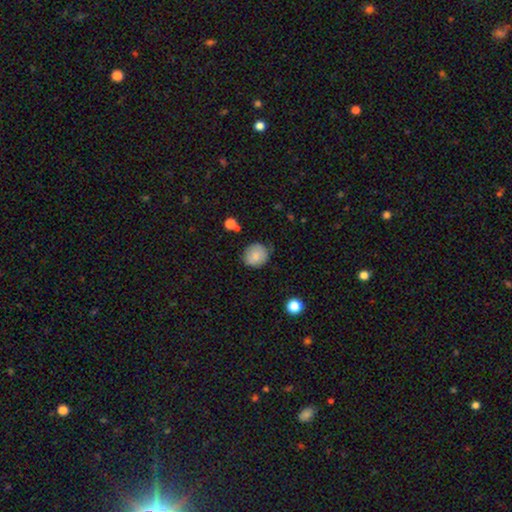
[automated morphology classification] A smooth galaxy with no disk features (81%) that is round (84%).

Vote fractions:
- Smooth or featured? smooth: 81% / featured or disk: 11% / star or artifact: 8%
- How rounded? round: 84% / in between: 15% / cigar-shaped: 1%
- Merging? none: 77% / minor disturbance: 18% / major disturbance: 3% / merger: 2%